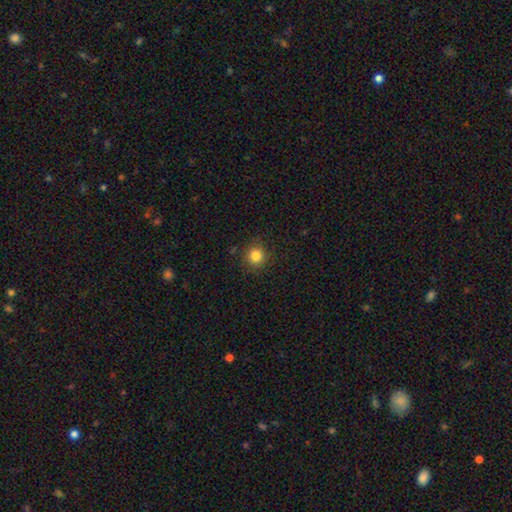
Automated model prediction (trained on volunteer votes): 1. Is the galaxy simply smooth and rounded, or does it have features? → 83% smooth, 12% star or artifact, 5% featured or disk.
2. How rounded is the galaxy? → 93% round, 7% in between, 1% cigar-shaped.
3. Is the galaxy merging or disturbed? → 88% none, 8% minor disturbance, 3% major disturbance, 1% merger.